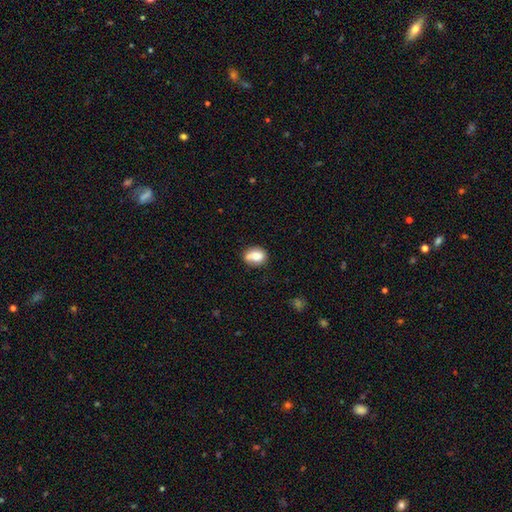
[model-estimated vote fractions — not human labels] Smooth or featured?
  - smooth: 78% *
  - featured or disk: 14%
  - star or artifact: 9%
How rounded?
  - in between: 63% *
  - round: 36%
  - cigar-shaped: 1%
Merging?
  - none: 51% *
  - minor disturbance: 25%
  - merger: 16%
  - major disturbance: 8%